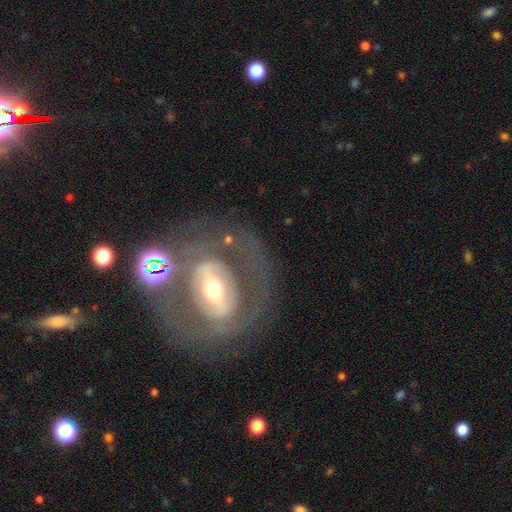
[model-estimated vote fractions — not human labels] Smooth or featured?
  - featured or disk: 74% *
  - smooth: 18%
  - star or artifact: 8%
Edge-on disk?
  - no: 93% *
  - yes: 7%
Bar?
  - strong: 39% *
  - weak: 32%
  - no: 30%
Spiral arms?
  - no: 55% *
  - yes: 45%
Bulge size?
  - moderate: 55% *
  - small: 32%
  - large: 9%
  - dominant: 2%
  - none: 2%
Merging?
  - none: 64% *
  - major disturbance: 15%
  - minor disturbance: 14%
  - merger: 6%